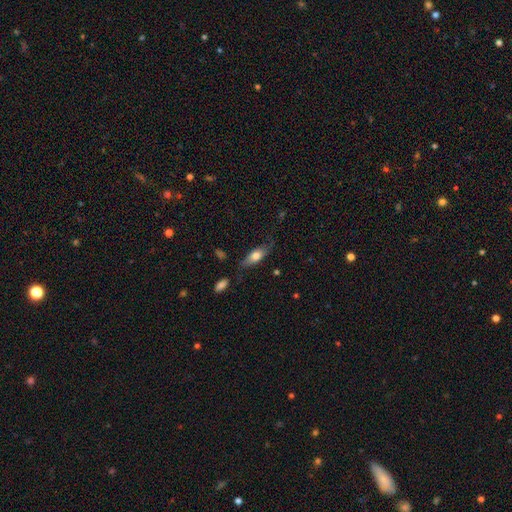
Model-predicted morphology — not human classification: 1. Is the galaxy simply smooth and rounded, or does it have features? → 66% smooth, 27% featured or disk, 7% star or artifact.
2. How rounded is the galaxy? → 69% in between, 27% cigar-shaped, 4% round.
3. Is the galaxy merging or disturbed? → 65% none, 24% minor disturbance, 8% major disturbance, 3% merger.